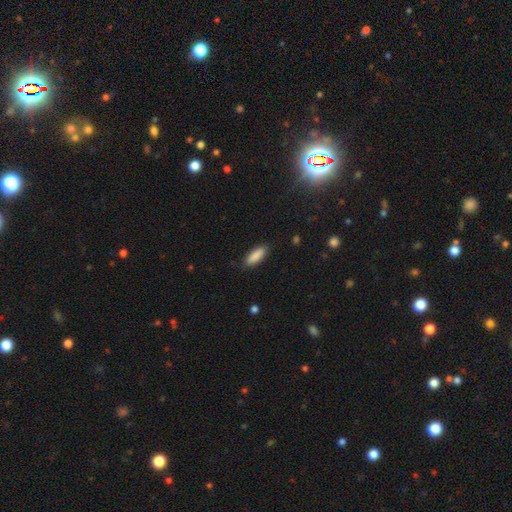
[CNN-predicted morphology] smooth_or_featured: smooth (p=0.88) [alt: star or artifact p=0.06]
how_rounded: in between (p=0.60) [alt: cigar-shaped p=0.38]
merging: none (p=0.86) [alt: minor disturbance p=0.10]